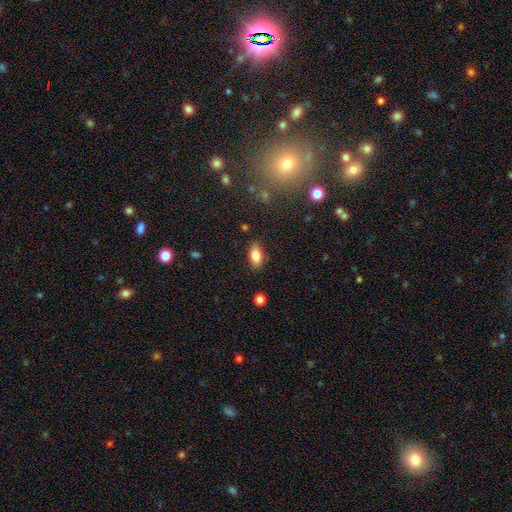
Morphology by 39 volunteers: Smooth or featured?
  - smooth: 82% *
  - featured or disk: 13%
  - star or artifact: 5%
How rounded?
  - in between: 97% *
  - cigar-shaped: 3%
  - round: 0%
Merging?
  - none: 81% *
  - minor disturbance: 19%
  - major disturbance: 0%
  - merger: 0%